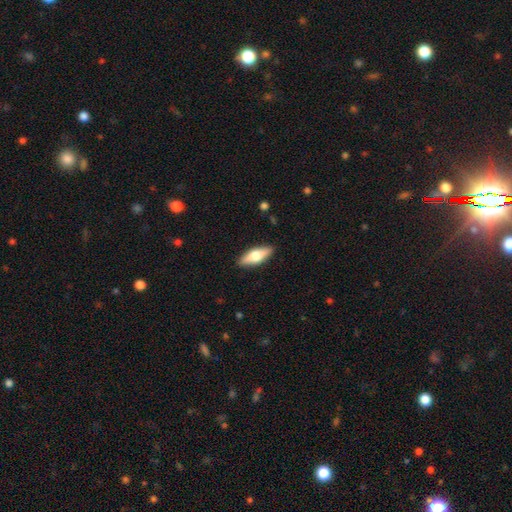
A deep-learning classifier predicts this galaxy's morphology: Q: Smooth or featured?
A: smooth (60%); runner-up: featured or disk (35%)
Q: How rounded?
A: in between (62%); runner-up: cigar-shaped (35%)
Q: Merging?
A: none (89%); runner-up: minor disturbance (8%)